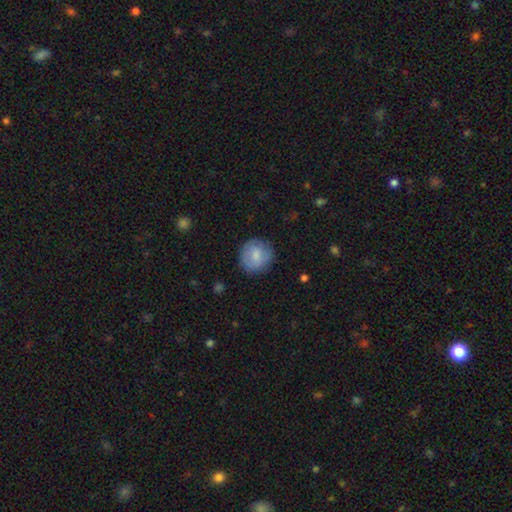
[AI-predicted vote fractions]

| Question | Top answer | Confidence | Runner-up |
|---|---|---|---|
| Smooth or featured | smooth | 75% | featured or disk (18%) |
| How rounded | round | 88% | in between (11%) |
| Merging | none | 81% | minor disturbance (14%) |